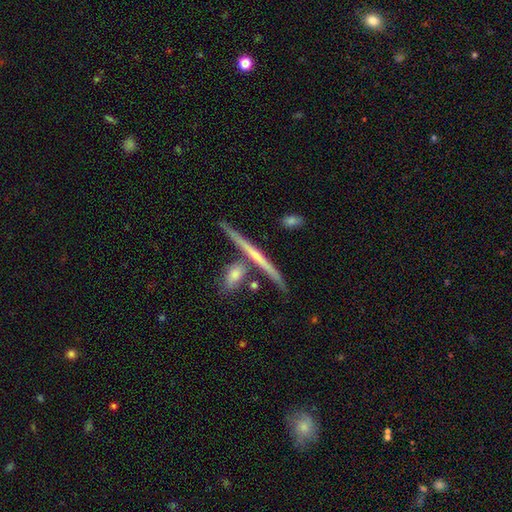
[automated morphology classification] Smooth or featured? Predicted: featured or disk (p=0.63). Edge-on disk? Predicted: yes (p=0.95). Edge-on bulge? Predicted: none (p=0.65). Merging? Predicted: none (p=0.73).